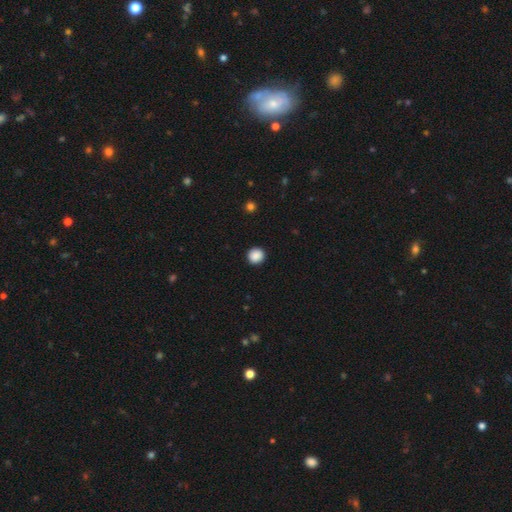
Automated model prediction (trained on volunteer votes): This is clearly a smooth galaxy (89%). How rounded: clearly round (92%). Merging: clearly none (92%).